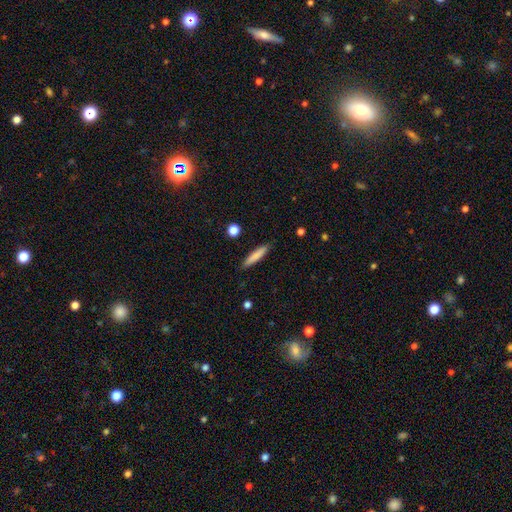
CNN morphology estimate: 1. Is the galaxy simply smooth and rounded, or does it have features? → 80% smooth, 14% featured or disk, 6% star or artifact.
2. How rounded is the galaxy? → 89% cigar-shaped, 10% in between, 1% round.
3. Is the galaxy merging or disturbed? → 89% none, 8% minor disturbance, 2% major disturbance, 1% merger.